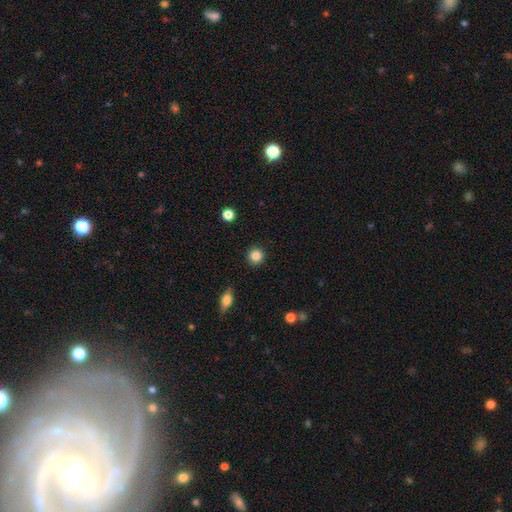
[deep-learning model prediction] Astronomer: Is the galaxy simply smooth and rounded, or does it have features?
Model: smooth — 86%.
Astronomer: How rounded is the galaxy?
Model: round — 93%.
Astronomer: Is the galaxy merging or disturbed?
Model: none — 91%.